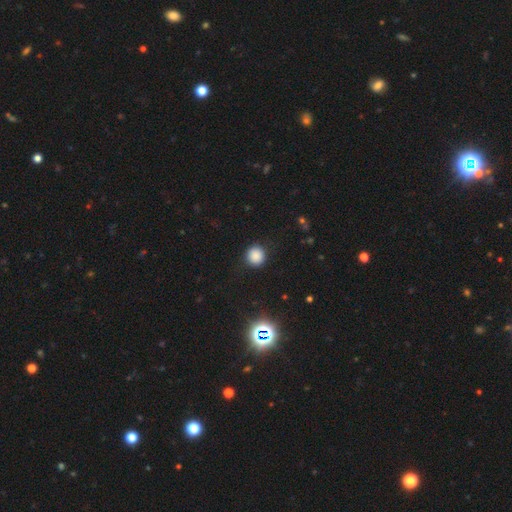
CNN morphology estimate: Smooth or featured? smooth (84%)
How rounded? round (91%)
Merging? none (89%)